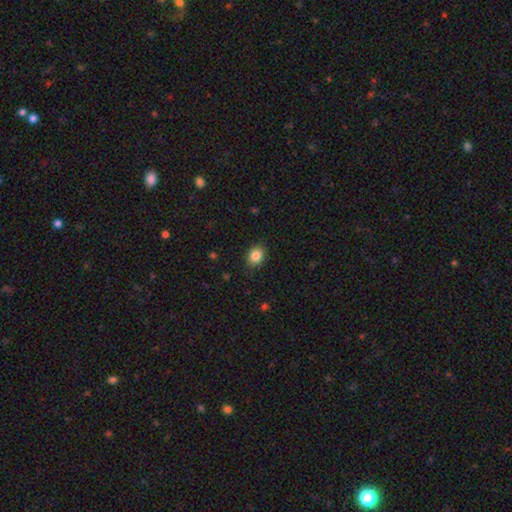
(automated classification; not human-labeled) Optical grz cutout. It shows a smooth galaxy with no disk features (85%) that is round (52%). Merging: none (85%).